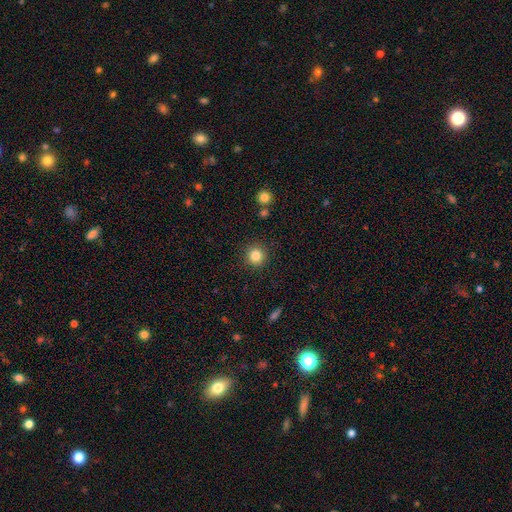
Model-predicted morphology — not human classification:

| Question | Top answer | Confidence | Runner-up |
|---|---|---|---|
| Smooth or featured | smooth | 83% | star or artifact (11%) |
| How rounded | round | 94% | in between (5%) |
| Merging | none | 91% | minor disturbance (6%) |